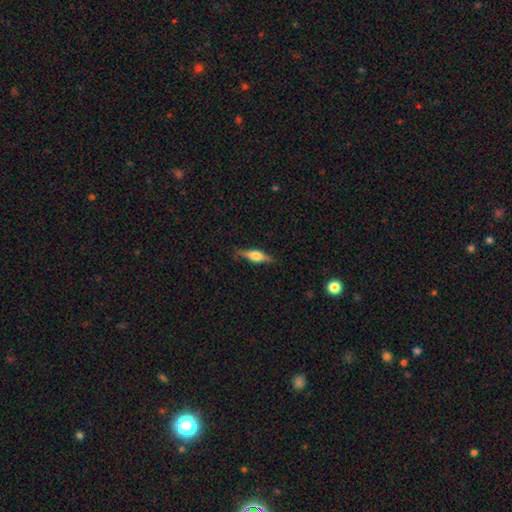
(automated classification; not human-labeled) The model was most divided on "smooth or featured": featured or disk: 62%, smooth: 31%, star or artifact: 7%. More confident: edge-on disk — yes (96%); edge-on bulge — rounded (88%); merging — none (85%).